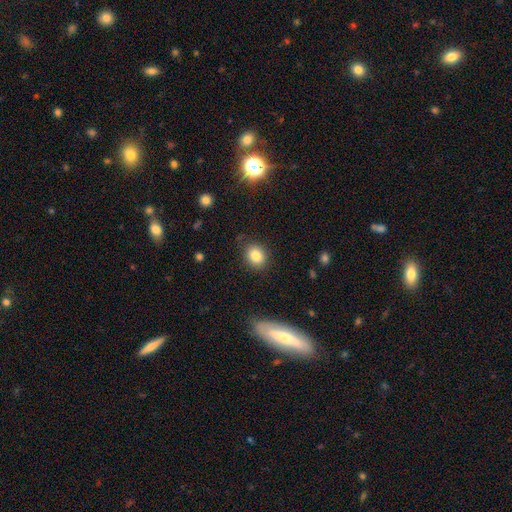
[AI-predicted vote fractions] Smooth or featured? Predicted: smooth (p=0.83). How rounded? Predicted: round (p=0.66). Merging? Predicted: none (p=0.85).